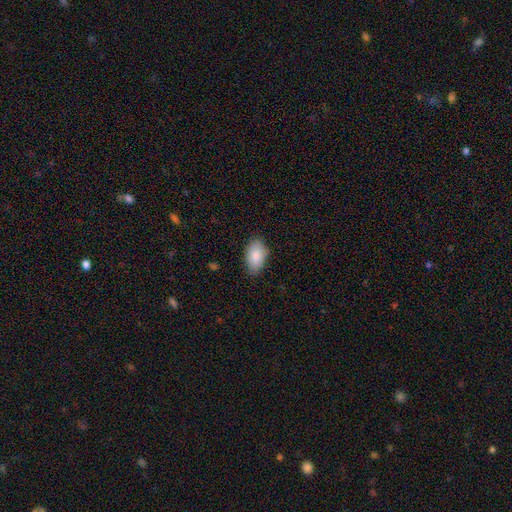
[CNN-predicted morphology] A smooth galaxy with no disk features (85%) that is in between round and cigar-shaped (93%).

Vote fractions:
- Smooth or featured? smooth: 85% / featured or disk: 8% / star or artifact: 6%
- How rounded? in between: 93% / round: 6% / cigar-shaped: 1%
- Merging? none: 80% / minor disturbance: 16% / major disturbance: 3% / merger: 1%